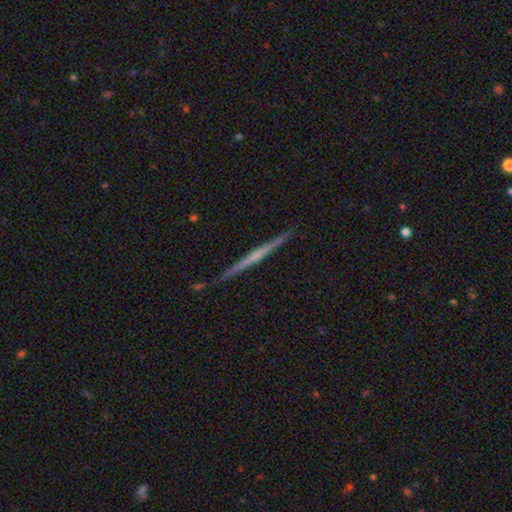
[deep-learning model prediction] The model was most divided on "smooth or featured": featured or disk: 69%, smooth: 26%, star or artifact: 6%. More confident: edge-on disk — yes (98%); merging — none (90%); edge-on bulge — none (71%).